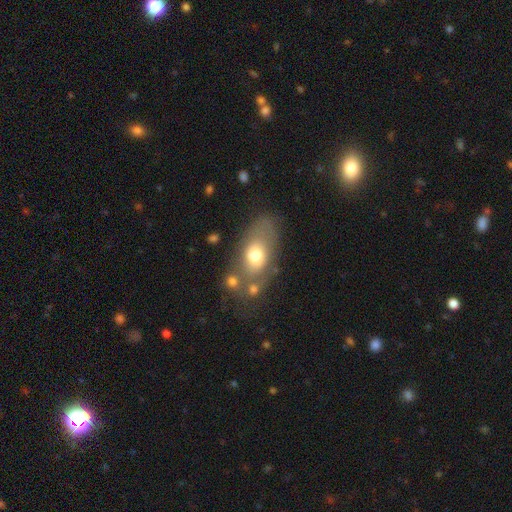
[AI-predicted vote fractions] A smooth galaxy with no disk features (64%) that is in between round and cigar-shaped (85%). Merging: none (54%).